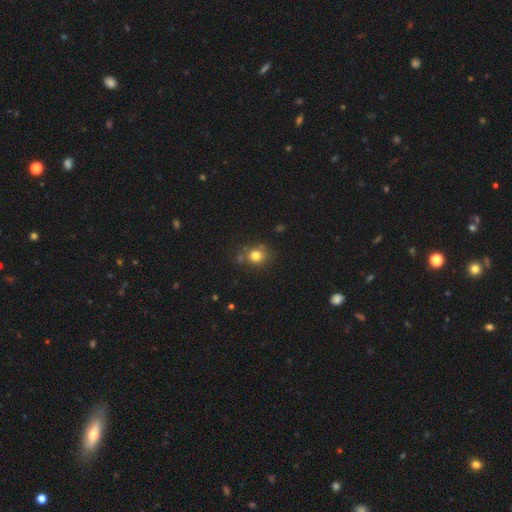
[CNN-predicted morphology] type=smooth (78%); roundness=round (79%); merging=none (73%).